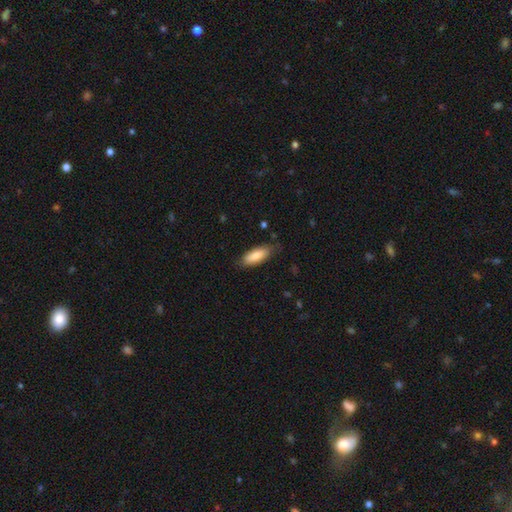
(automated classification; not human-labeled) Smooth or featured?
  - smooth: 82% *
  - featured or disk: 12%
  - star or artifact: 6%
How rounded?
  - in between: 71% *
  - cigar-shaped: 28%
  - round: 2%
Merging?
  - none: 78% *
  - minor disturbance: 17%
  - major disturbance: 3%
  - merger: 1%